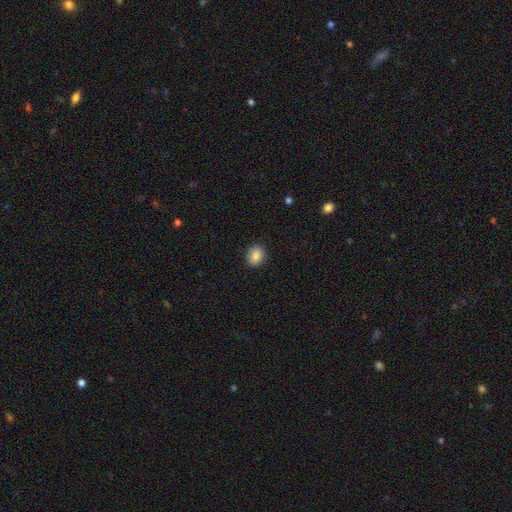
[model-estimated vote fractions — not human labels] smooth 86%, star or artifact 9%, featured or disk 5%. Down the decision tree: how rounded — round (54%); merging — none (89%).